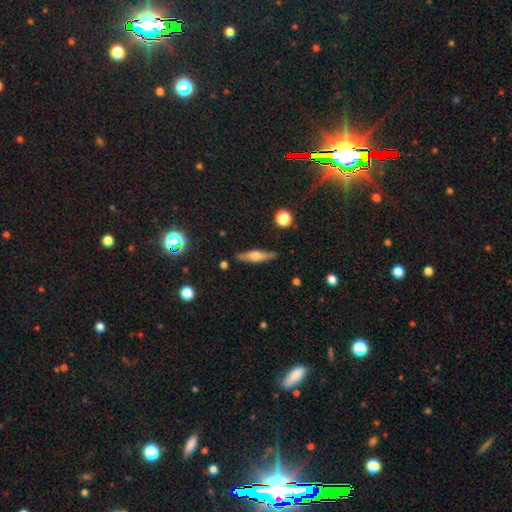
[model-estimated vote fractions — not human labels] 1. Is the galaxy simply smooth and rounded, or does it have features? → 50% featured or disk, 42% smooth, 8% star or artifact.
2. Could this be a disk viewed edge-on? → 91% yes, 9% no.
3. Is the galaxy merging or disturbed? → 85% none, 11% minor disturbance, 2% major disturbance, 2% merger.